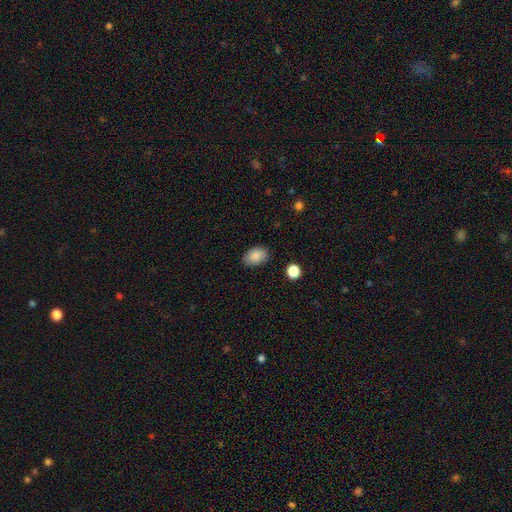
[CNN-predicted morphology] A smooth galaxy with no disk features (87%) that is in between round and cigar-shaped (87%).

Vote fractions:
- Smooth or featured? smooth: 87% / star or artifact: 8% / featured or disk: 5%
- How rounded? in between: 87% / round: 12% / cigar-shaped: 1%
- Merging? none: 83% / minor disturbance: 13% / major disturbance: 3% / merger: 1%